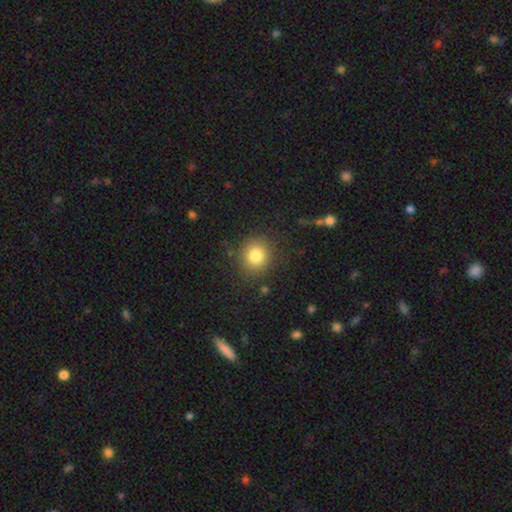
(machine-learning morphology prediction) type=smooth (81%); roundness=round (84%); merging=none (85%).